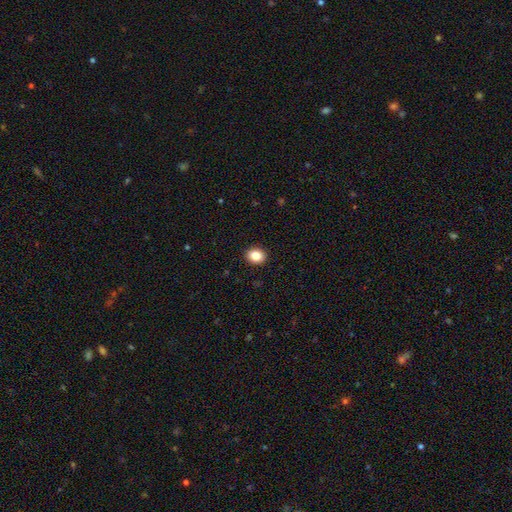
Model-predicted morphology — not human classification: The model was most divided on "how rounded": round: 55%, in between: 44%, cigar-shaped: 1%. More confident: merging — none (92%); smooth or featured — smooth (85%).